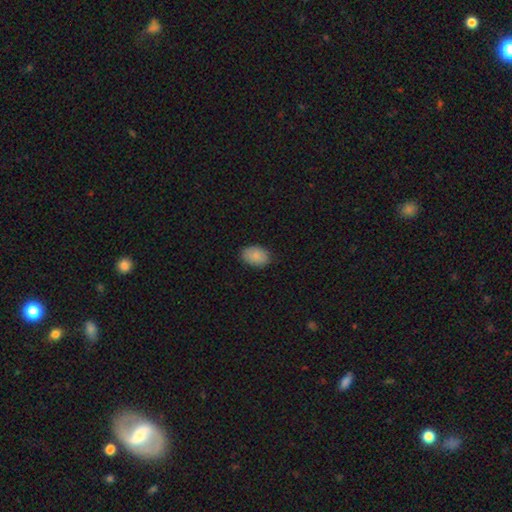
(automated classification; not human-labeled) Q: Smooth or featured?
A: smooth (87%); runner-up: star or artifact (7%)
Q: How rounded?
A: in between (85%); runner-up: round (14%)
Q: Merging?
A: none (85%); runner-up: minor disturbance (12%)